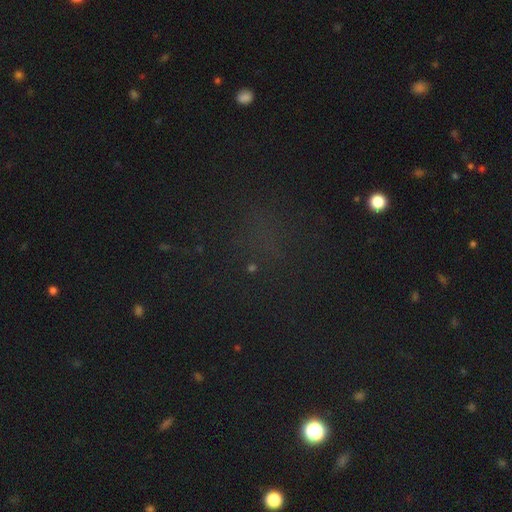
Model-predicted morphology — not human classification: This is likely a star or artifact rather than a galaxy (64%).